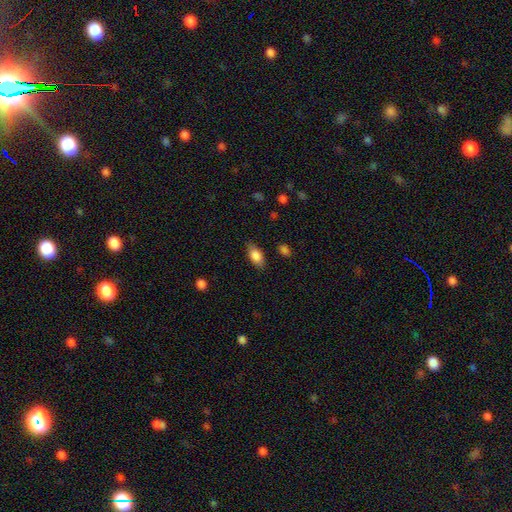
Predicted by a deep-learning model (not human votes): A smooth galaxy with no disk features (83%) that is in between round and cigar-shaped (88%).

Vote fractions:
- Smooth or featured? smooth: 83% / featured or disk: 10% / star or artifact: 7%
- How rounded? in between: 88% / cigar-shaped: 7% / round: 5%
- Merging? none: 81% / minor disturbance: 14% / major disturbance: 4% / merger: 1%